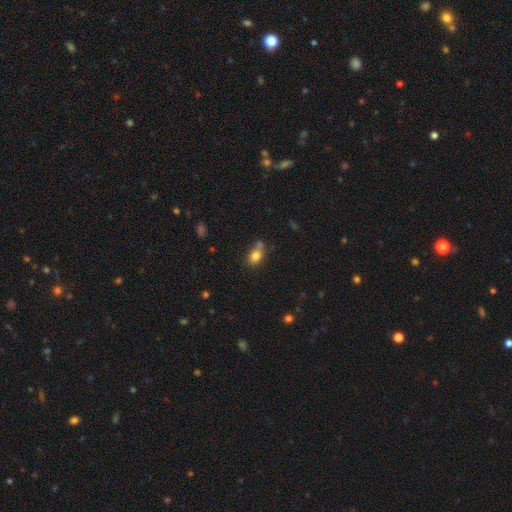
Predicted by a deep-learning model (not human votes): Overall: smooth (80%). How rounded: in between (58%; round 41%). Merging: none (50%; merger 28%).